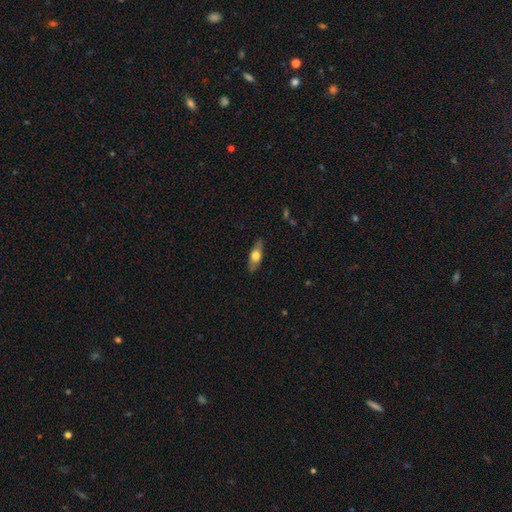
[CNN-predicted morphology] The model was most divided on "smooth or featured": smooth: 59%, featured or disk: 35%, star or artifact: 6%. More confident: merging — none (83%); how rounded — in between (66%).